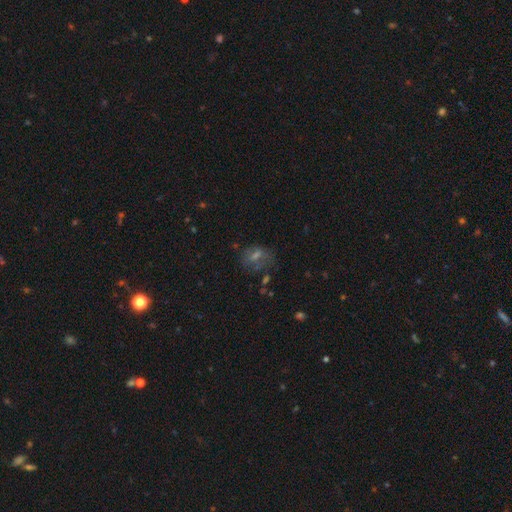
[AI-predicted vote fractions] Smooth or featured? Predicted: smooth (p=0.38). Merging? Predicted: none (p=0.57).